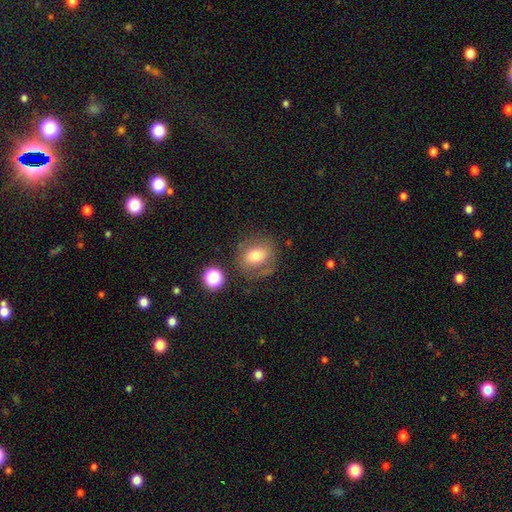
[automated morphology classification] smooth 61%, featured or disk 27%, star or artifact 11%. Down the decision tree: how rounded — round (57%); merging — none (65%).